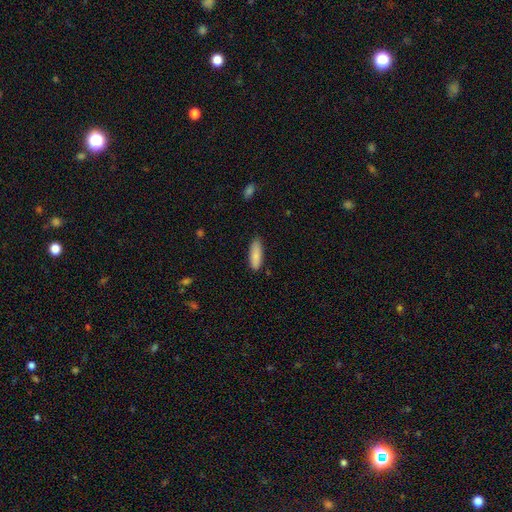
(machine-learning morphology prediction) A smooth galaxy with no disk features (86%) that is in between round and cigar-shaped (57%). Merging: none (84%).